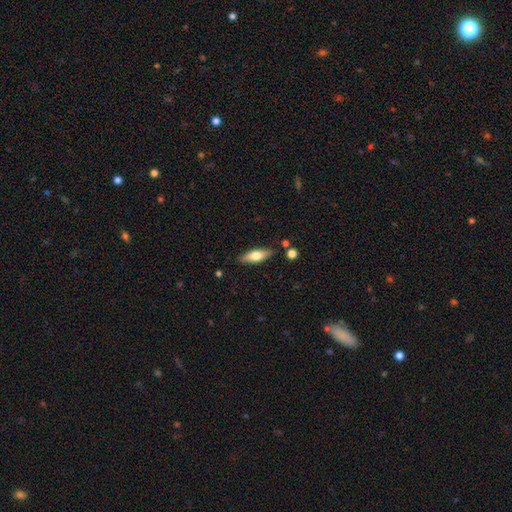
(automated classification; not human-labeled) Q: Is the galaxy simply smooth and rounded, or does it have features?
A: smooth — 63%.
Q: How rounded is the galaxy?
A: in between — 59%.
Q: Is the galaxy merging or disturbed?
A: none — 84%.